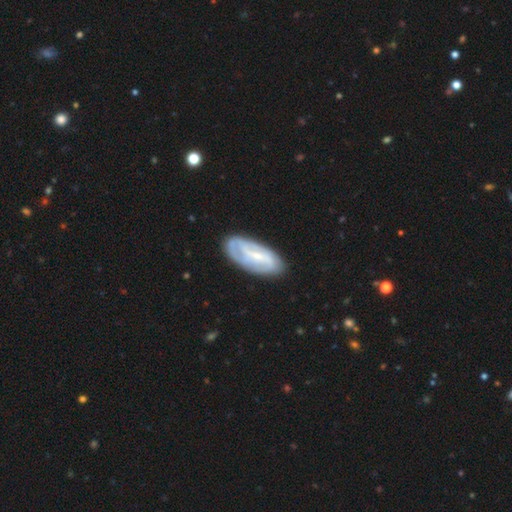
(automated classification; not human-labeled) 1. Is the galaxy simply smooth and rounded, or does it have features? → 64% featured or disk, 30% smooth, 6% star or artifact.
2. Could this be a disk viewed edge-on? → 90% no, 10% yes.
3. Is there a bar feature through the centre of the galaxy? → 42% weak, 32% no, 25% strong.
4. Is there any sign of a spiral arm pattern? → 76% yes, 24% no.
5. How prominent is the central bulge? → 69% small, 20% moderate, 9% none, 2% large, 1% dominant.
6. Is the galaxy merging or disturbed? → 75% none, 18% minor disturbance, 5% major disturbance, 2% merger.